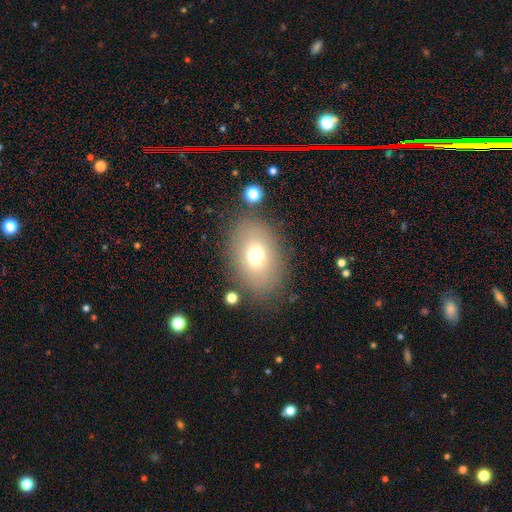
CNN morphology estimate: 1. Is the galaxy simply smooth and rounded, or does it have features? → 69% smooth, 19% featured or disk, 12% star or artifact.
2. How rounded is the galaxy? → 80% in between, 19% round, 1% cigar-shaped.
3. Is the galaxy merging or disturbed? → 79% none, 12% minor disturbance, 5% major disturbance, 3% merger.